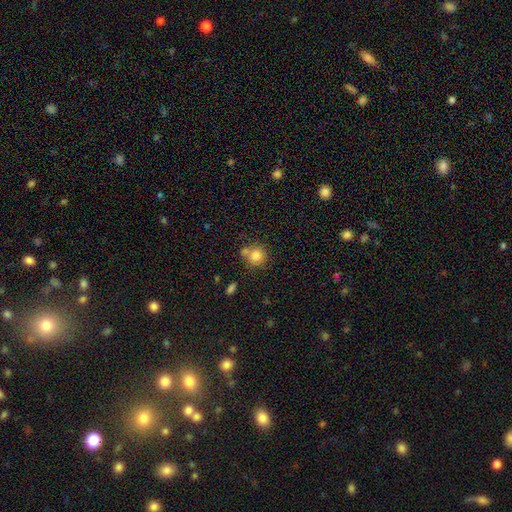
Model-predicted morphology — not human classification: smooth-or-featured: smooth: 80% | star or artifact: 11% | featured or disk: 10%
  how-rounded: round: 88% | in between: 11% | cigar-shaped: 1%
  merging: none: 62% | merger: 23% | minor disturbance: 12% | major disturbance: 4%